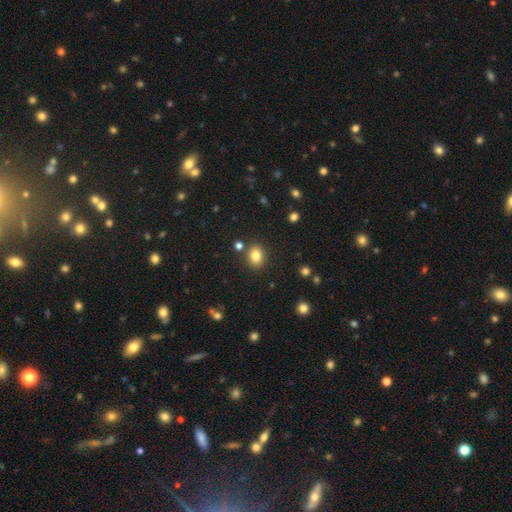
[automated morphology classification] This is clearly a smooth galaxy (82%). How rounded: possibly round (54%). Merging: clearly none (83%).